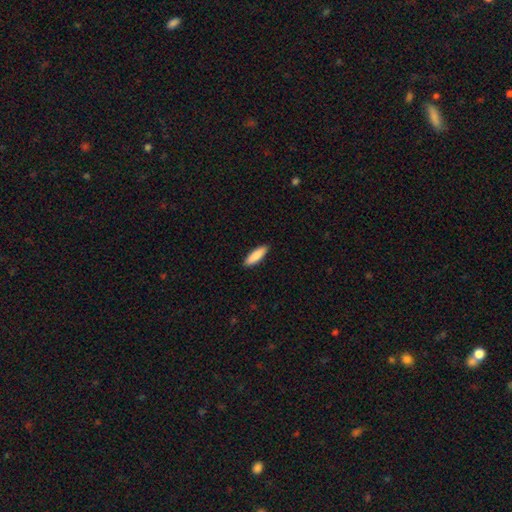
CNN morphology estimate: smooth_or_featured: smooth (p=0.88) [alt: featured or disk p=0.06]
how_rounded: cigar-shaped (p=0.59) [alt: in between p=0.40]
merging: none (p=0.90) [alt: minor disturbance p=0.07]